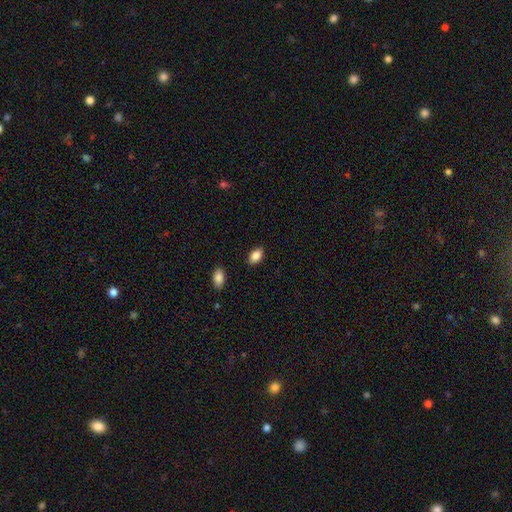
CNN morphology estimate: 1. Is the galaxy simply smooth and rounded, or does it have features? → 87% smooth, 7% star or artifact, 5% featured or disk.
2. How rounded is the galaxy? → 91% in between, 7% round, 2% cigar-shaped.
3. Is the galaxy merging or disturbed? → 87% none, 9% minor disturbance, 2% major disturbance, 2% merger.